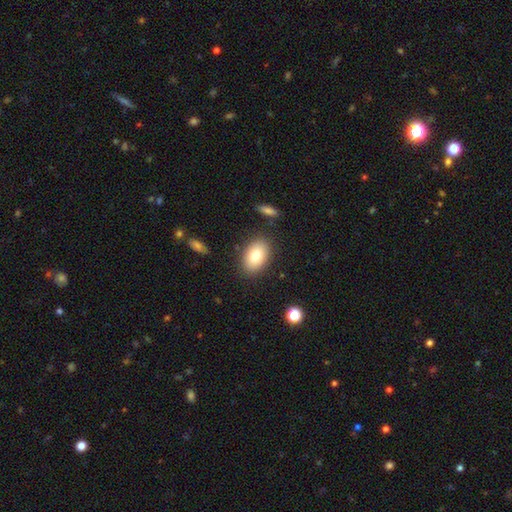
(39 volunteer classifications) smooth_or_featured: smooth (p=0.79) [alt: featured or disk p=0.15]
how_rounded: in between (p=0.94) [alt: round p=0.03]
merging: none (p=0.78) [alt: minor disturbance p=0.22]